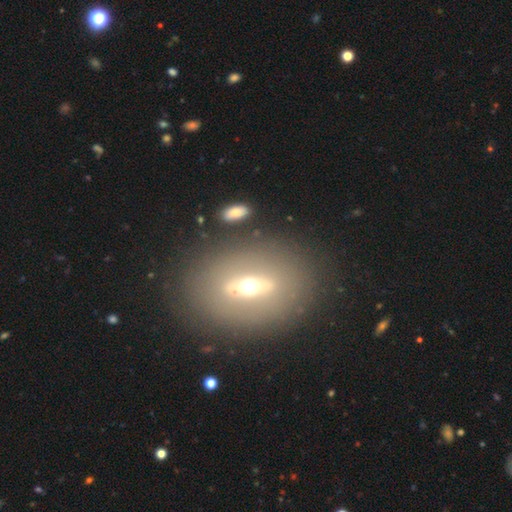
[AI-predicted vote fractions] Smooth or featured? featured or disk (55%)
Edge-on disk? no (76%)
Merging? none (85%)